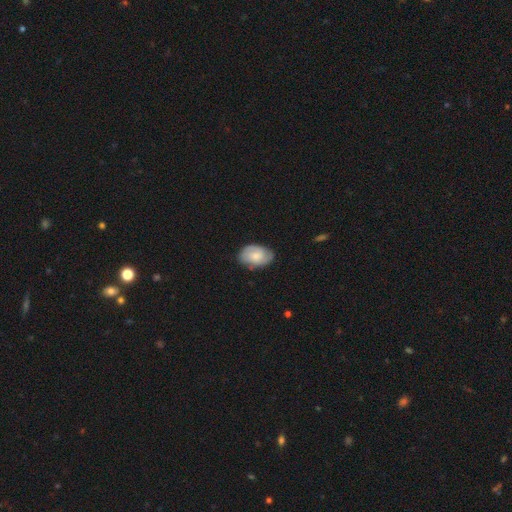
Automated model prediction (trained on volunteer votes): smooth_or_featured: smooth (p=0.49) [alt: featured or disk p=0.45]
merging: none (p=0.74) [alt: minor disturbance p=0.21]